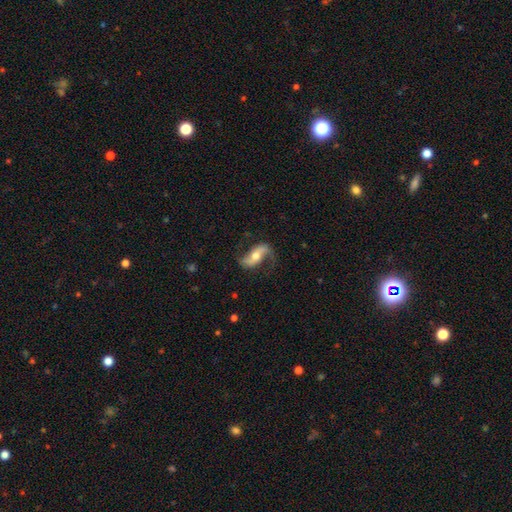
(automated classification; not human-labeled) smooth-or-featured: featured or disk: 77% | smooth: 17% | star or artifact: 6%
  disk-edge-on: no: 91% | yes: 9%
    bar: no: 36% | strong: 34% | weak: 29%
    has-spiral-arms: yes: 92% | no: 8%
      spiral-winding: loose: 72% | medium: 21% | tight: 7%
      spiral-arm-count: 2: 89% | 1: 5% | can't tell: 3% | 3: 1% | 4: 1% | more than 4: 1%
    bulge-size: moderate: 68% | small: 21% | large: 8% | none: 2% | dominant: 1%
  merging: none: 72% | minor disturbance: 17% | major disturbance: 10% | merger: 2%